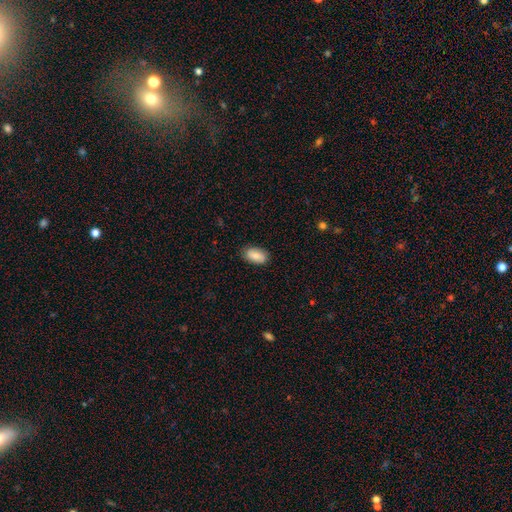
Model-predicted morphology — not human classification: Smooth or featured? smooth (83%)
How rounded? in between (94%)
Merging? none (83%)